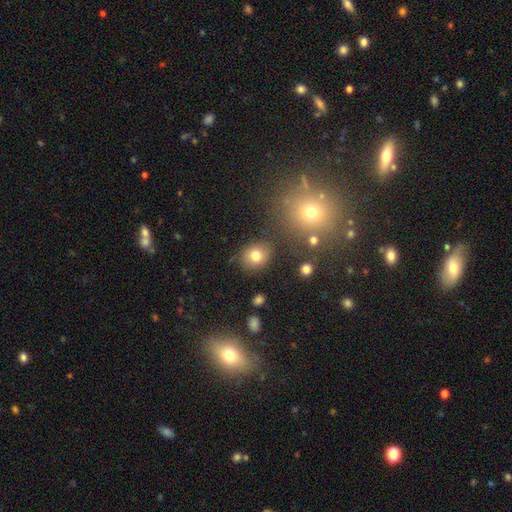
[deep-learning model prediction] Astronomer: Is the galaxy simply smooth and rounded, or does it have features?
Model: smooth — 80%.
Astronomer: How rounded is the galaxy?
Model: round — 70%.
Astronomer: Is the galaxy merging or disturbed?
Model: none — 82%.